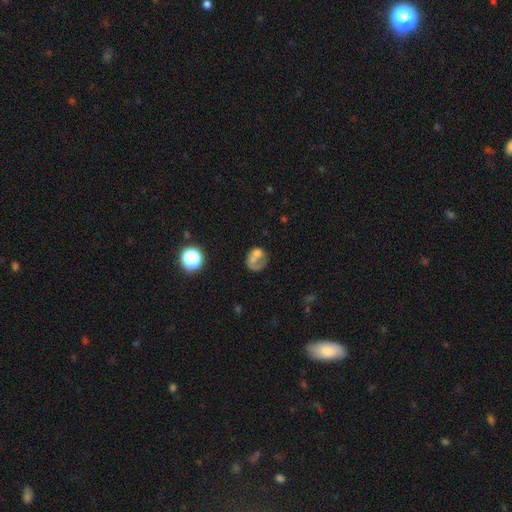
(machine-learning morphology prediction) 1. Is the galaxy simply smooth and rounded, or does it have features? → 51% smooth, 35% featured or disk, 14% star or artifact.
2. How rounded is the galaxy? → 57% round, 42% in between, 1% cigar-shaped.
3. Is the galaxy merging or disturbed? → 30% none, 29% merger, 25% major disturbance, 15% minor disturbance.